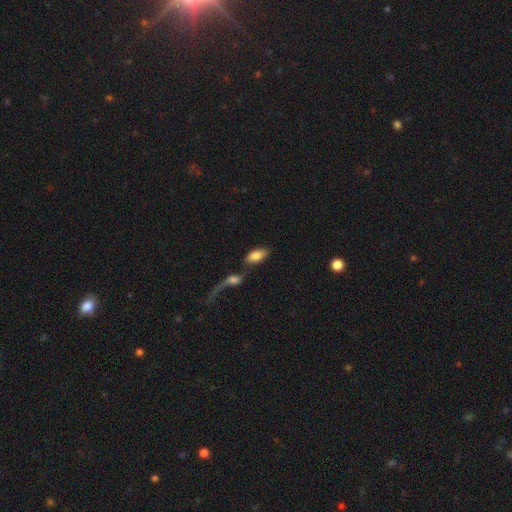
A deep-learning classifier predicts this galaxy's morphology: Smooth or featured?
  - smooth: 78% *
  - featured or disk: 15%
  - star or artifact: 7%
How rounded?
  - in between: 92% *
  - cigar-shaped: 4%
  - round: 4%
Merging?
  - merger: 47% *
  - none: 33%
  - major disturbance: 10%
  - minor disturbance: 10%